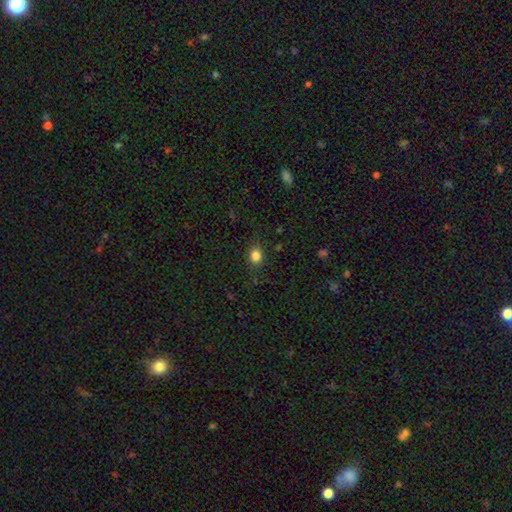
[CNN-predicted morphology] Smooth or featured? Predicted: smooth (p=0.84). How rounded? Predicted: round (p=0.62). Merging? Predicted: none (p=0.84).